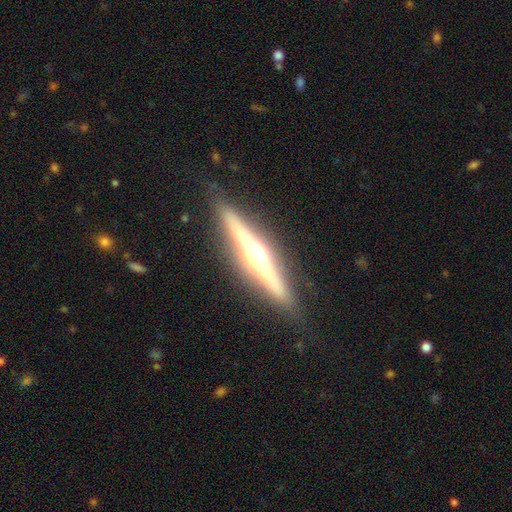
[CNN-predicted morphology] Smooth or featured? featured or disk (75%)
Edge-on disk? yes (97%)
Edge-on bulge? rounded (88%)
Merging? none (88%)